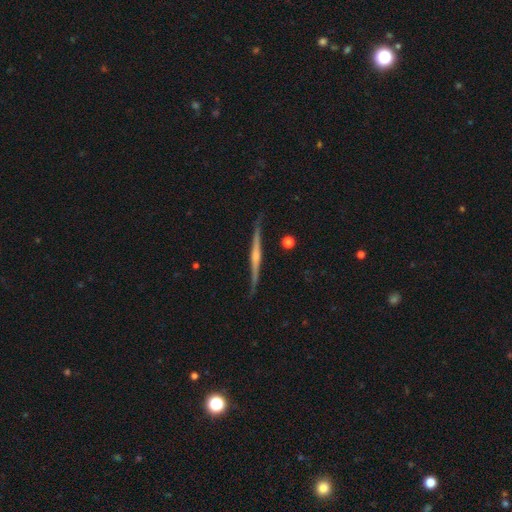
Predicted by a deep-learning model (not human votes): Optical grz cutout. It shows a featured or disk galaxy (77%) viewed edge-on (98%) with a rounded central bulge (58%). Merging: none (87%).